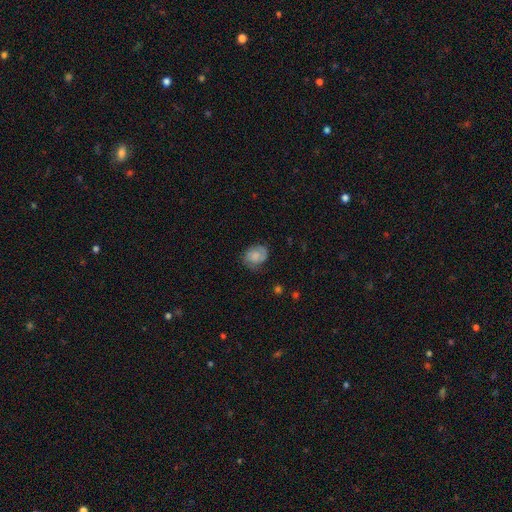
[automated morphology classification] smooth 63%, featured or disk 28%, star or artifact 9%. Down the decision tree: how rounded — in between (51%); merging — none (65%).